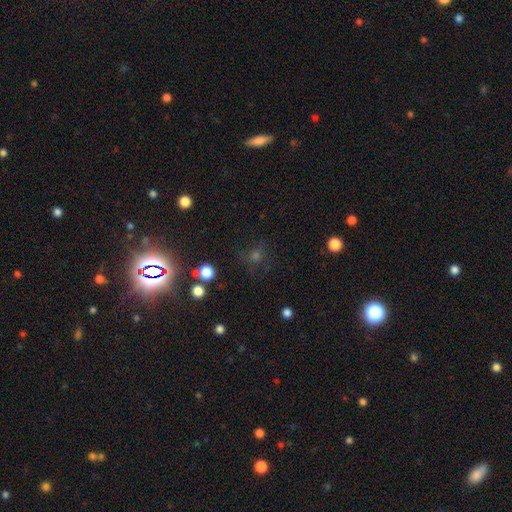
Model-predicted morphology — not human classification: star or artifact 54%, smooth 34%, featured or disk 12%.